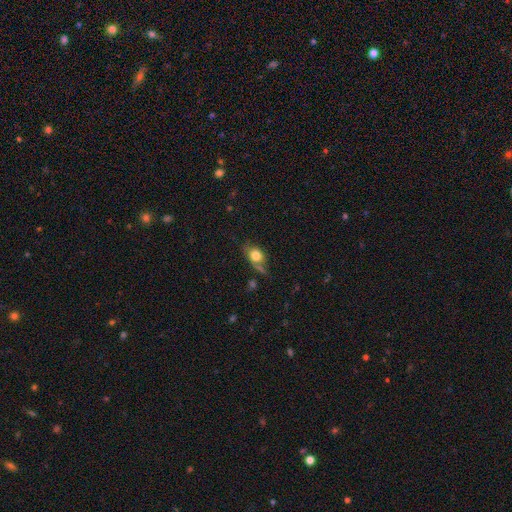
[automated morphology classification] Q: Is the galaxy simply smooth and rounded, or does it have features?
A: smooth — 73%.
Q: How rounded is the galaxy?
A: in between — 58%.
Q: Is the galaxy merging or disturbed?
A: none — 49%.